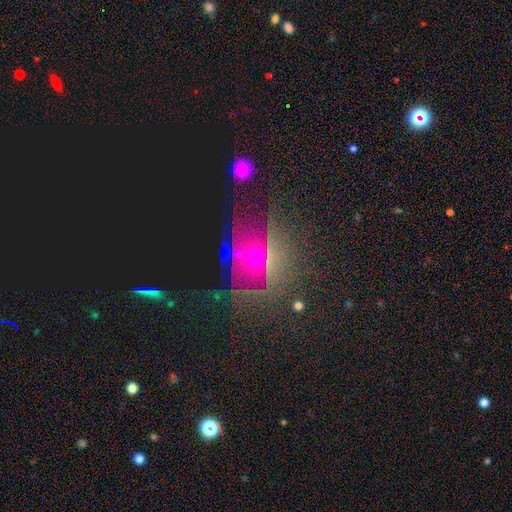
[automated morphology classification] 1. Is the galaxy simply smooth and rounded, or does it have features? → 43% star or artifact, 34% featured or disk, 22% smooth.